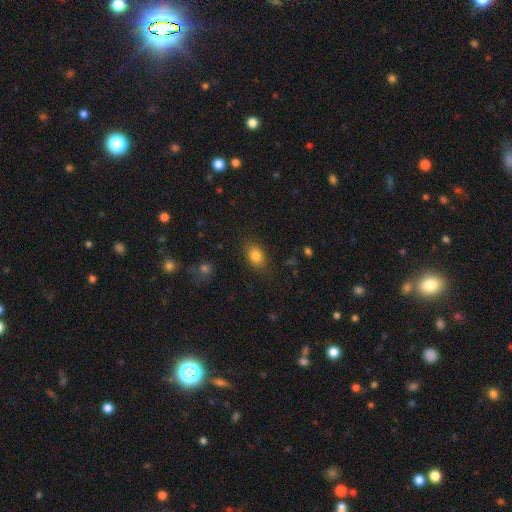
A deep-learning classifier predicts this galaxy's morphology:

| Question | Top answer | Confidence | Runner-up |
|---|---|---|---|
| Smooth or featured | smooth | 83% | star or artifact (10%) |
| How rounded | in between | 77% | round (21%) |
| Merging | none | 82% | minor disturbance (12%) |